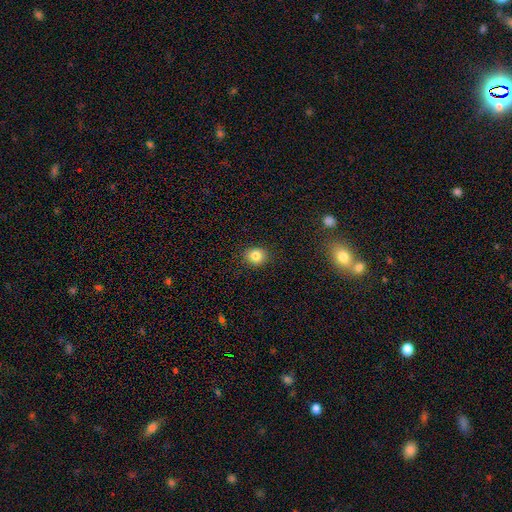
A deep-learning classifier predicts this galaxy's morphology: Smooth or featured: smooth — 83% (star or artifact — 11%)
How rounded: round — 74% (in between — 25%)
Merging: none — 90% (minor disturbance — 7%)